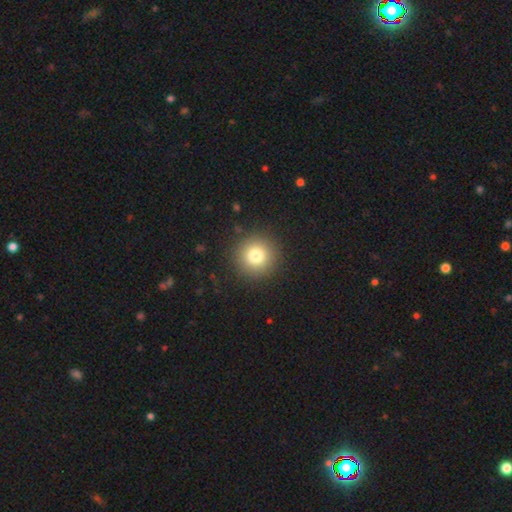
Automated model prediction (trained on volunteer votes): A smooth galaxy with no disk features (79%) that is round (96%). Merging: none (91%).